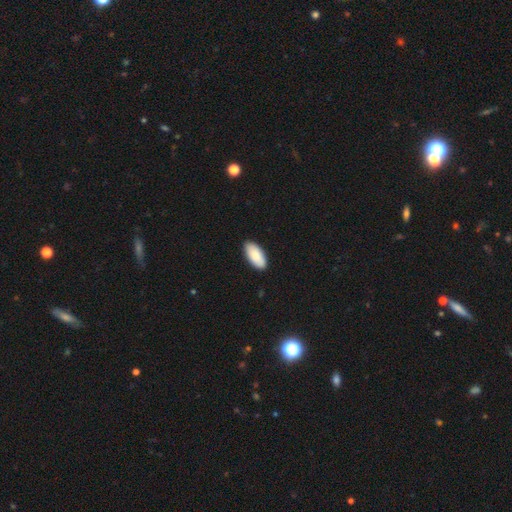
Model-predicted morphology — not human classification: This is clearly a smooth galaxy (88%). How rounded: clearly in between (94%). Merging: clearly none (88%).